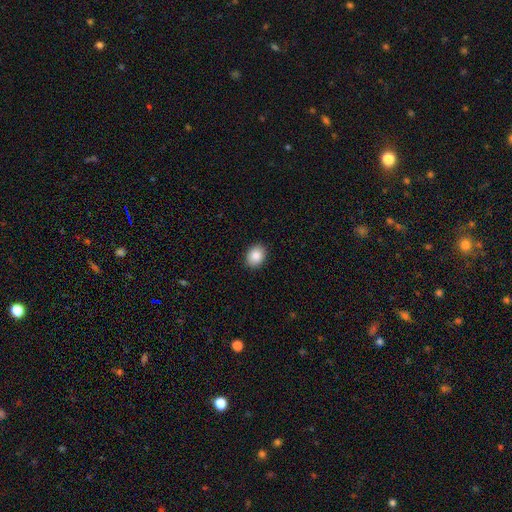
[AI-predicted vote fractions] Smooth or featured?
  - smooth: 87% *
  - star or artifact: 8%
  - featured or disk: 5%
How rounded?
  - in between: 60% *
  - round: 39%
  - cigar-shaped: 1%
Merging?
  - none: 91% *
  - minor disturbance: 7%
  - major disturbance: 2%
  - merger: 1%